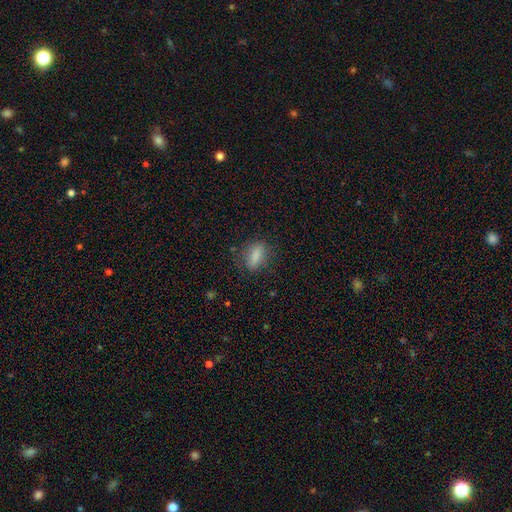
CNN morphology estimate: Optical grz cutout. It shows a smooth galaxy with no disk features (82%) that is in between round and cigar-shaped (79%). Merging: none (75%).